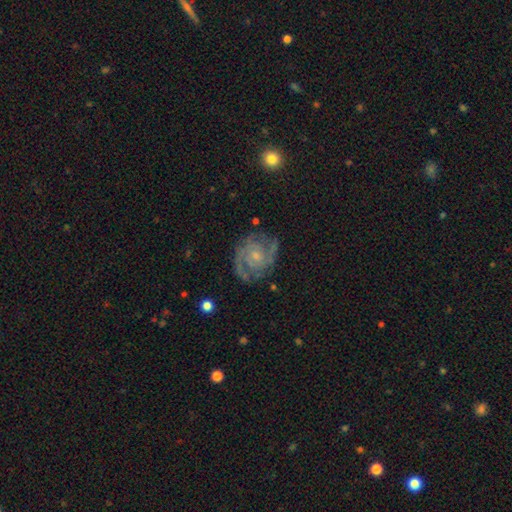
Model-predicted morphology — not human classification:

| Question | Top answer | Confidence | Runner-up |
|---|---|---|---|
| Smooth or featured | featured or disk | 86% | smooth (8%) |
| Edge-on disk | no | 98% | yes (2%) |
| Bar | no | 67% | weak (29%) |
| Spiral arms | yes | 95% | no (5%) |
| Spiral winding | tight | 48% | medium (42%) |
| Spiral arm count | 2 | 61% | can't tell (14%) |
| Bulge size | small | 63% | moderate (29%) |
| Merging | none | 72% | minor disturbance (18%) |